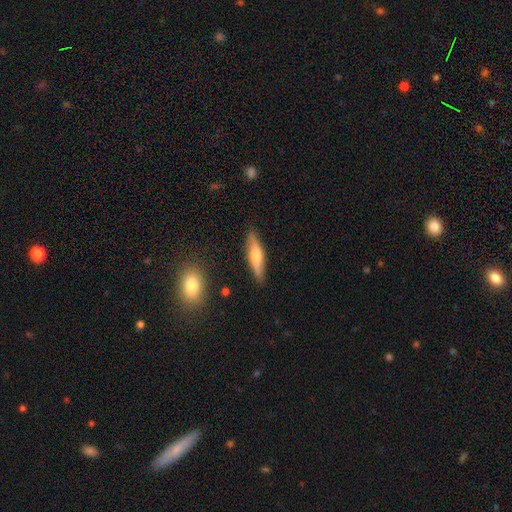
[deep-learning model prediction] A smooth galaxy with no disk features (48%).

Vote fractions:
- Smooth or featured? smooth: 48% / featured or disk: 46% / star or artifact: 6%
- Merging? none: 87% / minor disturbance: 9% / major disturbance: 2% / merger: 2%